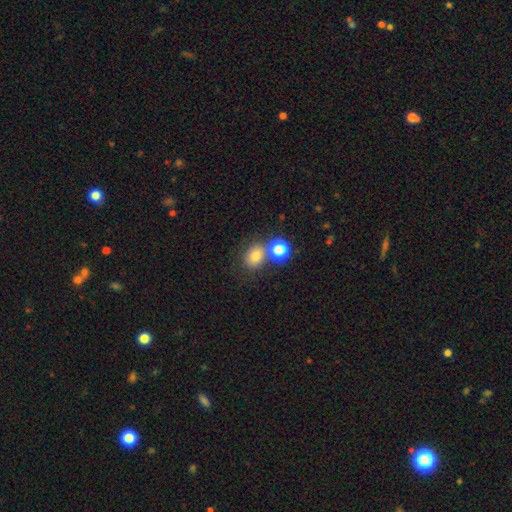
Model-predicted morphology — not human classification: A smooth galaxy with no disk features (76%) that is round (59%).

Vote fractions:
- Smooth or featured? smooth: 76% / star or artifact: 14% / featured or disk: 9%
- How rounded? round: 59% / in between: 40% / cigar-shaped: 1%
- Merging? none: 57% / merger: 28% / minor disturbance: 11% / major disturbance: 4%